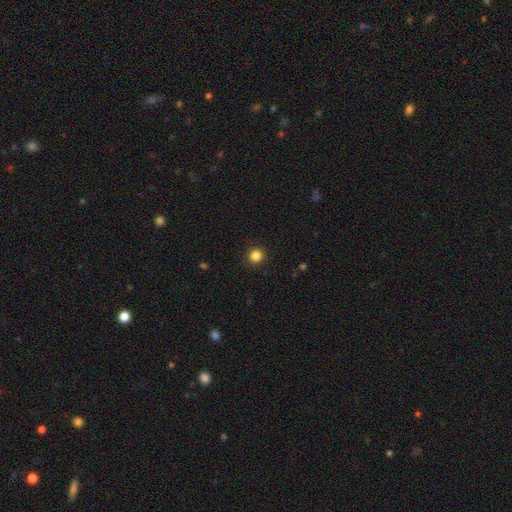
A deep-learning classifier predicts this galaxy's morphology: Smooth or featured? Predicted: smooth (p=0.85). How rounded? Predicted: round (p=0.92). Merging? Predicted: none (p=0.92).